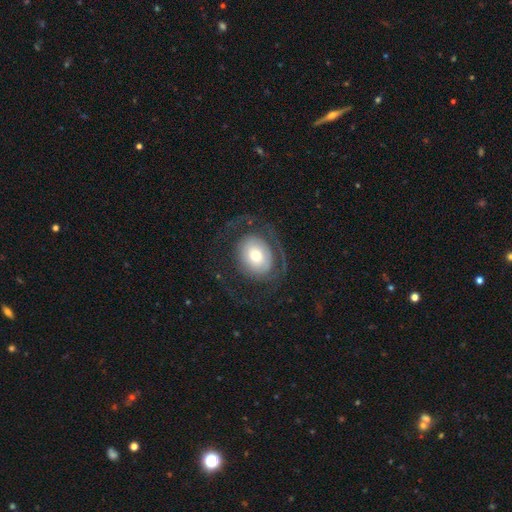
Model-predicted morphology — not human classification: smooth-or-featured: featured or disk: 57% | smooth: 36% | star or artifact: 7%
  disk-edge-on: no: 95% | yes: 5%
    bar: no: 78% | weak: 16% | strong: 6%
    has-spiral-arms: yes: 65% | no: 35%
    bulge-size: moderate: 49% | small: 27% | large: 17% | dominant: 6% | none: 2%
  merging: none: 59% | major disturbance: 26% | minor disturbance: 13% | merger: 1%